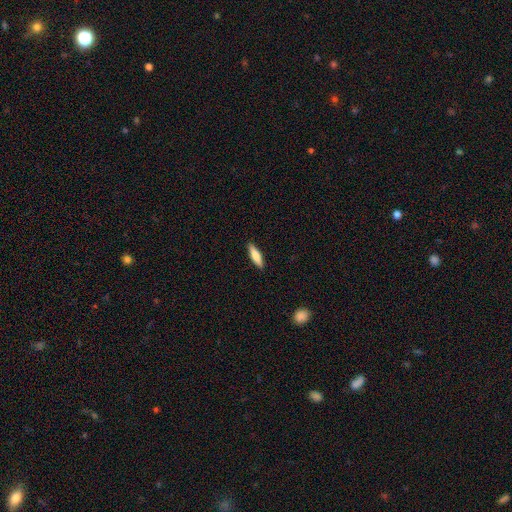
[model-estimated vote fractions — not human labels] smooth 76%, featured or disk 19%, star or artifact 6%. Down the decision tree: how rounded — cigar-shaped (68%); merging — none (90%).